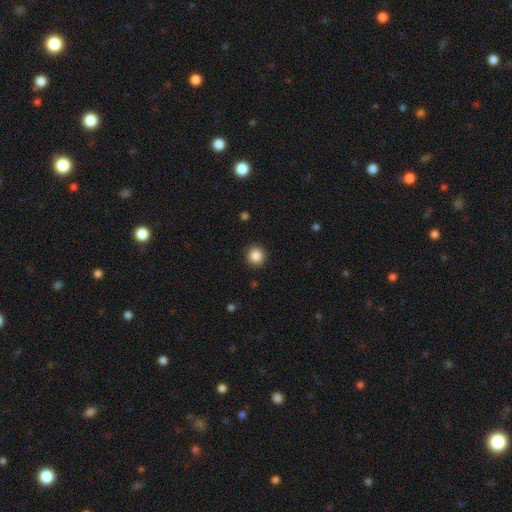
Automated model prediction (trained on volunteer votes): A smooth galaxy with no disk features (86%) that is round (93%). Merging: none (92%).